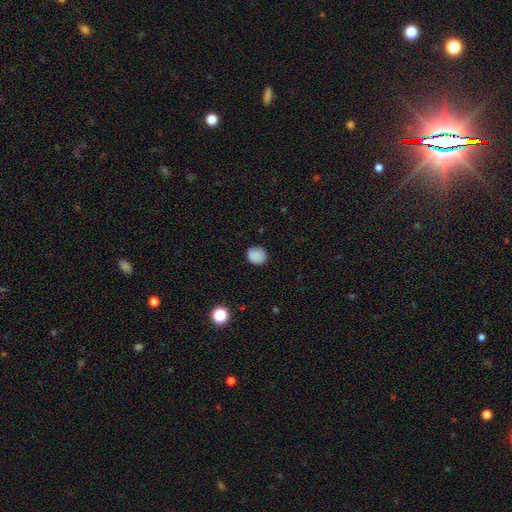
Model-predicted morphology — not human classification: The model was most divided on "how rounded": round: 86%, in between: 13%, cigar-shaped: 1%. More confident: merging — none (87%); smooth or featured — smooth (86%).